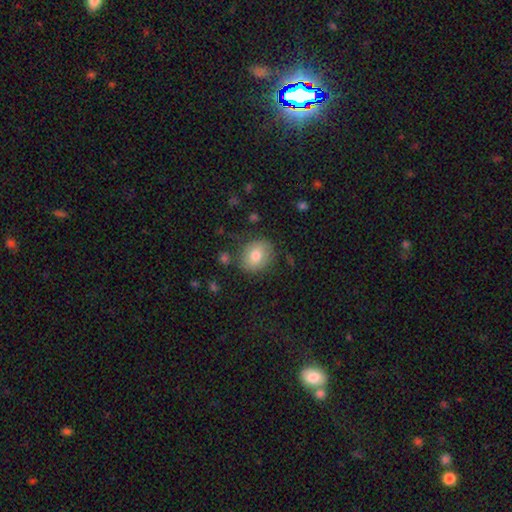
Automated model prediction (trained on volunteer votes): smooth 78%, featured or disk 13%, star or artifact 9%. Down the decision tree: how rounded — round (64%); merging — none (79%).